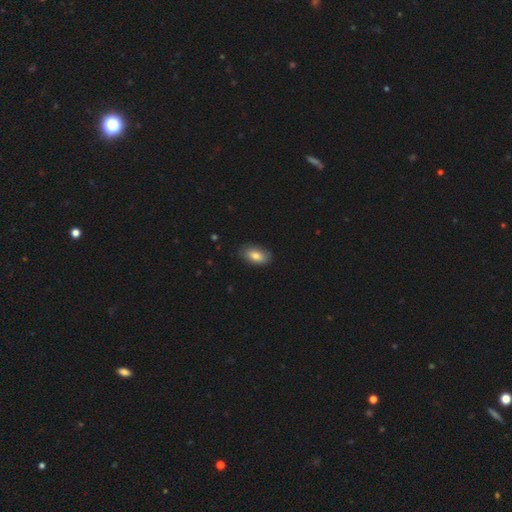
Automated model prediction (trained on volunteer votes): This is clearly a smooth galaxy (81%). How rounded: clearly in between (92%). Merging: clearly none (84%).